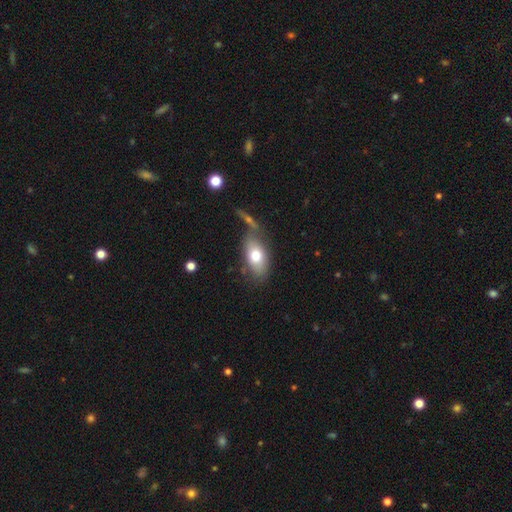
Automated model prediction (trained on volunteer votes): Smooth or featured: smooth — 72% (featured or disk — 21%)
How rounded: in between — 88% (round — 8%)
Merging: none — 59% (minor disturbance — 17%)